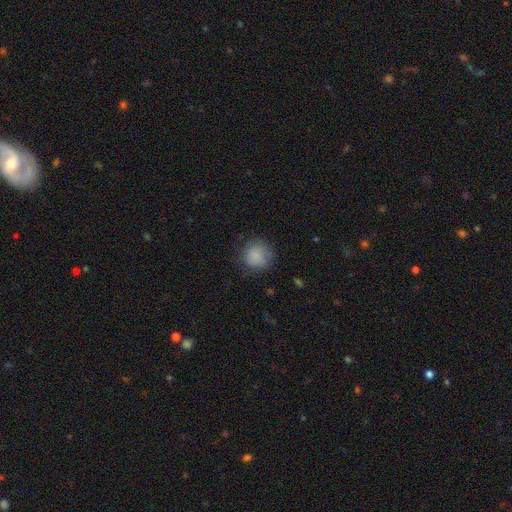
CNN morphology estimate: A smooth galaxy with no disk features (83%) that is round (89%). Merging: none (72%).